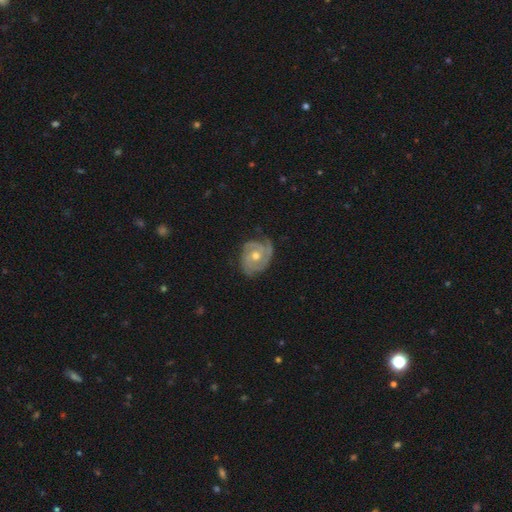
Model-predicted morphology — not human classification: This is clearly a featured or disk galaxy (84%). It is clearly not viewed edge-on (97%). Bar: likely no (76%). Spiral arm pattern: clearly yes (95%). Spiral arm count: marginally 3 (41%). Spiral winding: likely tight (65%). Central bulge: likely moderate (74%). Merging: likely none (68%).